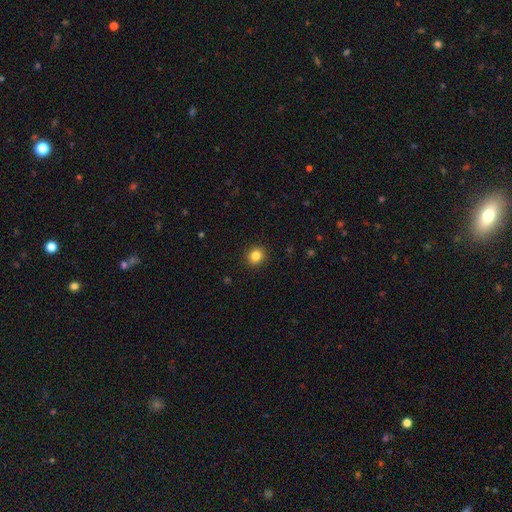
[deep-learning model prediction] This appears to be a smooth galaxy with no disk features (84%) that is round (84%). Merging: none (92%).